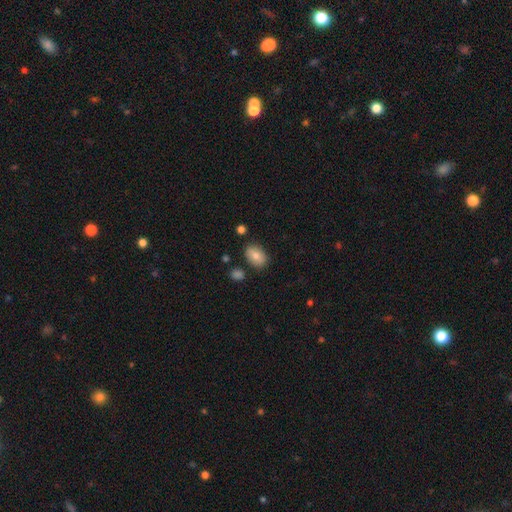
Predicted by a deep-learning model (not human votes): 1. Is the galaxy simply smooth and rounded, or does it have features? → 80% smooth, 12% featured or disk, 8% star or artifact.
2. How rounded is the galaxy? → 85% in between, 14% round, 1% cigar-shaped.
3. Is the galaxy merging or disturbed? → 82% none, 12% minor disturbance, 3% merger, 3% major disturbance.